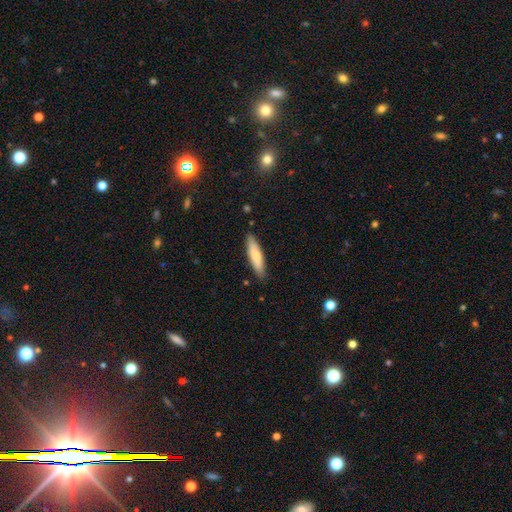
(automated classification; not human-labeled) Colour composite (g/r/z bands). It shows a smooth galaxy with no disk features (76%) that is cigar-shaped (73%). Merging: none (85%).